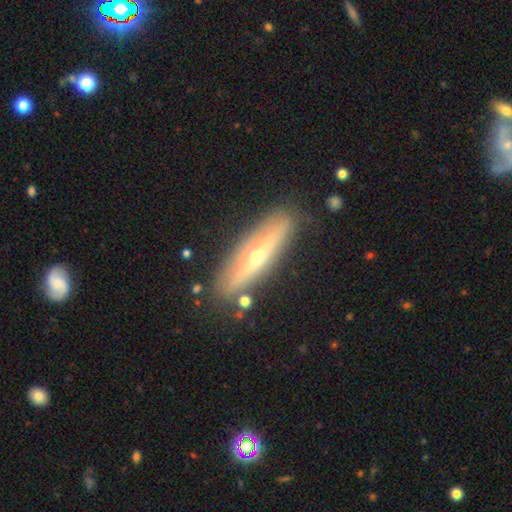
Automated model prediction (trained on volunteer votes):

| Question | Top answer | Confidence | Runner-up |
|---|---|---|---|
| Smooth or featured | featured or disk | 64% | smooth (29%) |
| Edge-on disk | yes | 78% | no (22%) |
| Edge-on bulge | rounded | 87% | none (11%) |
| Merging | none | 84% | minor disturbance (11%) |